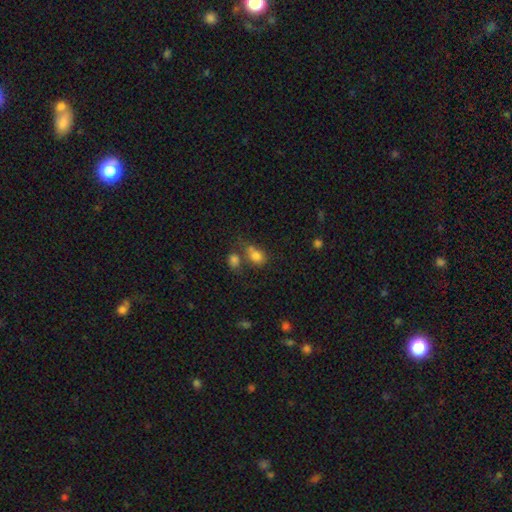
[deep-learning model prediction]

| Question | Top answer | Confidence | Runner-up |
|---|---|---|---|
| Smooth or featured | smooth | 78% | star or artifact (12%) |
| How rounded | in between | 64% | round (34%) |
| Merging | none | 36% | tied: merger (36%) |